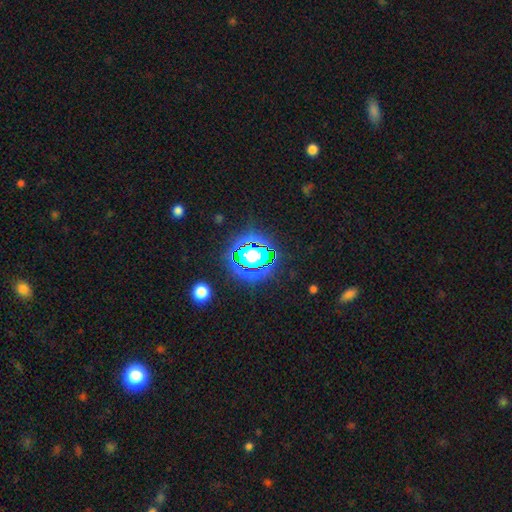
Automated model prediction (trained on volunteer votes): A star or artifact, not a galaxy (66%).

Vote fractions:
- Smooth or featured? star or artifact: 66% / smooth: 23% / featured or disk: 12%